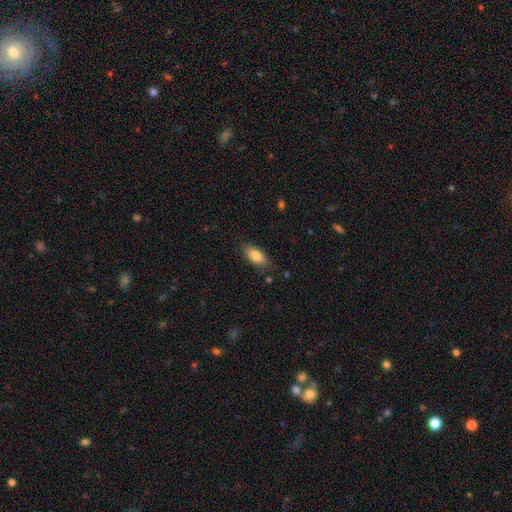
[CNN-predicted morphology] type=smooth (81%); roundness=in between (87%); merging=none (84%).